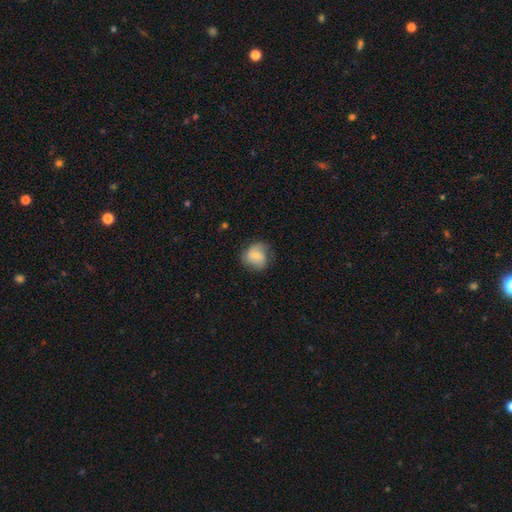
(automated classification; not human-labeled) smooth-or-featured: smooth: 60% | featured or disk: 32% | star or artifact: 8%
  how-rounded: round: 75% | in between: 24% | cigar-shaped: 1%
  merging: none: 66% | minor disturbance: 24% | major disturbance: 9% | merger: 1%